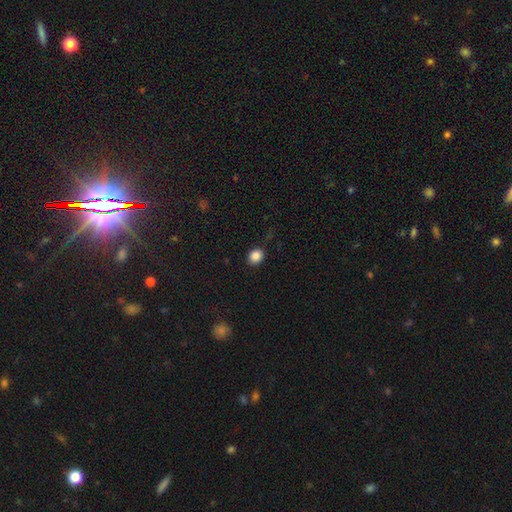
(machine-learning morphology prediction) smooth_or_featured: smooth (p=0.85) [alt: star or artifact p=0.10]
how_rounded: round (p=0.60) [alt: in between p=0.39]
merging: none (p=0.85) [alt: minor disturbance p=0.11]